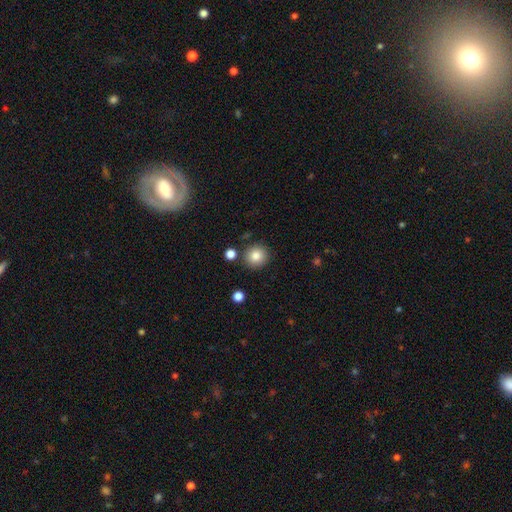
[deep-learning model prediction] A smooth galaxy with no disk features (84%) that is round (91%). Merging: none (86%).